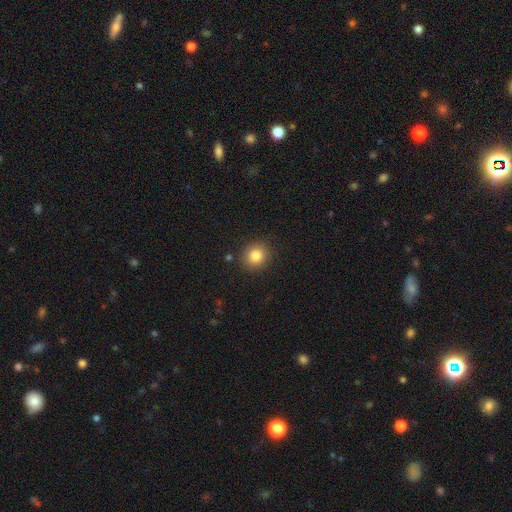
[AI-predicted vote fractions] smooth 83%, star or artifact 11%, featured or disk 7%. Down the decision tree: how rounded — round (86%); merging — none (89%).